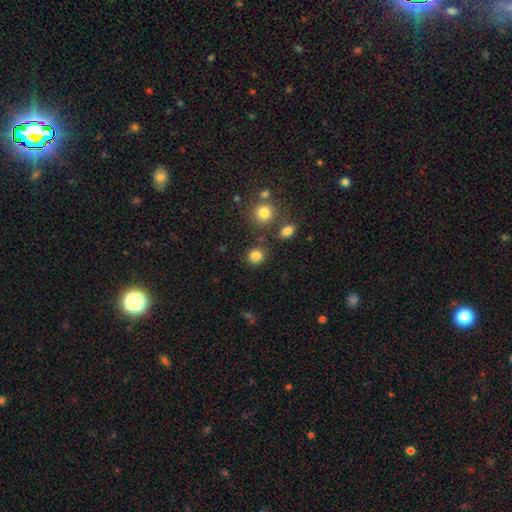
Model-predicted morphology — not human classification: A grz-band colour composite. It shows a smooth galaxy with no disk features (83%) that is round (86%). Merging: none (83%).